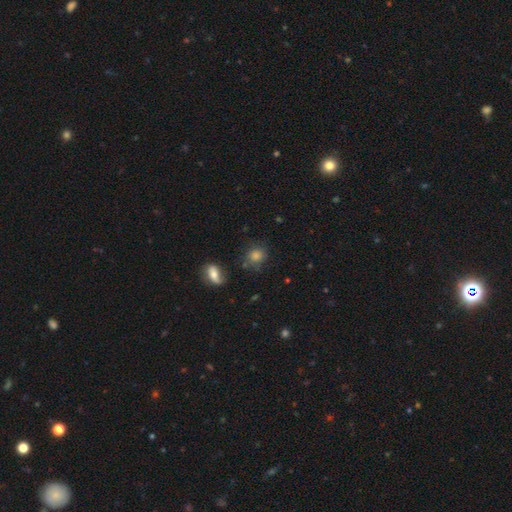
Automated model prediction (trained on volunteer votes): This is likely a smooth galaxy (74%). How rounded: likely round (76%). Merging: likely none (73%).